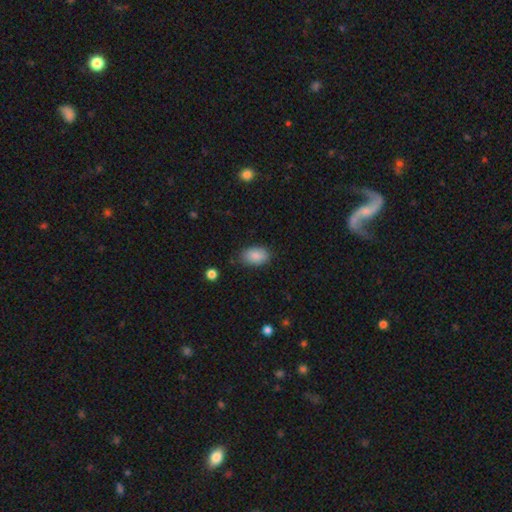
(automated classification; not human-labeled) A smooth galaxy with no disk features (87%) that is in between round and cigar-shaped (90%).

Vote fractions:
- Smooth or featured? smooth: 87% / star or artifact: 7% / featured or disk: 5%
- How rounded? in between: 90% / round: 9% / cigar-shaped: 1%
- Merging? none: 80% / minor disturbance: 15% / major disturbance: 3% / merger: 1%